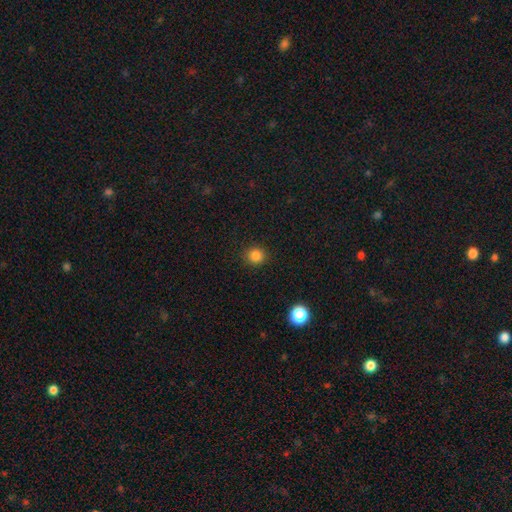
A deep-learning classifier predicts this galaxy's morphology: smooth 84%, star or artifact 12%, featured or disk 4%. Down the decision tree: how rounded — round (92%); merging — none (91%).